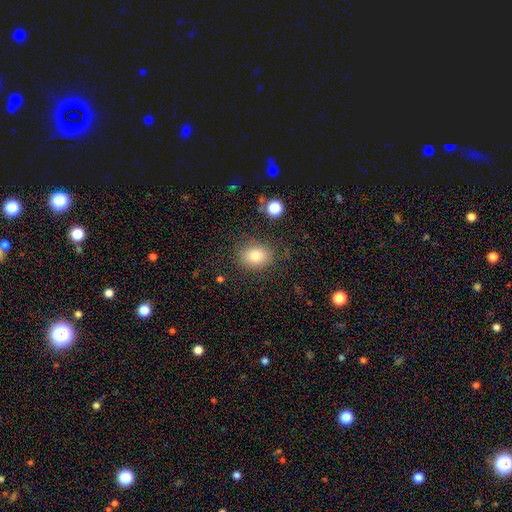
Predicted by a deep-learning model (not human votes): Smooth or featured: smooth — 80% (star or artifact — 11%)
How rounded: in between — 53% (round — 46%)
Merging: none — 81% (minor disturbance — 12%)